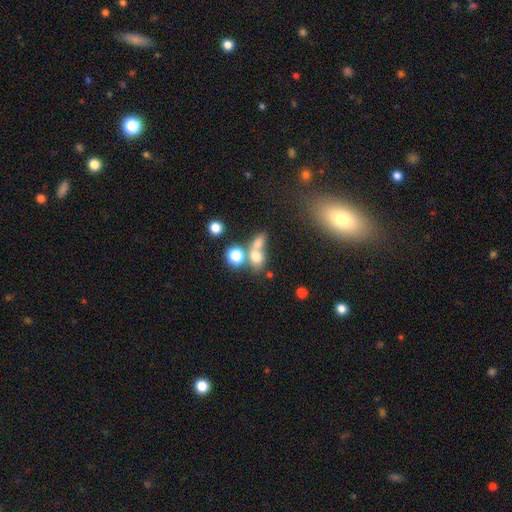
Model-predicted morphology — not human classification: A smooth galaxy with no disk features (68%) that is round (50%).

Vote fractions:
- Smooth or featured? smooth: 68% / star or artifact: 17% / featured or disk: 15%
- How rounded? round: 50% / in between: 46% / cigar-shaped: 4%
- Merging? merger: 52% / none: 31% / minor disturbance: 9% / major disturbance: 7%